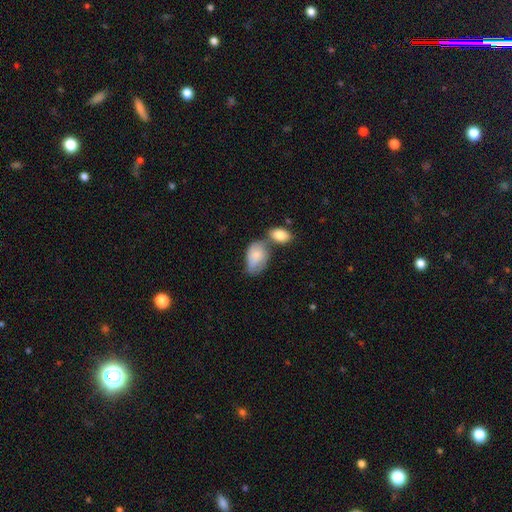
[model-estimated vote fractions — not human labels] This appears to be a smooth galaxy with no disk features (77%) that is in between round and cigar-shaped (90%). Merging: merger (39%).